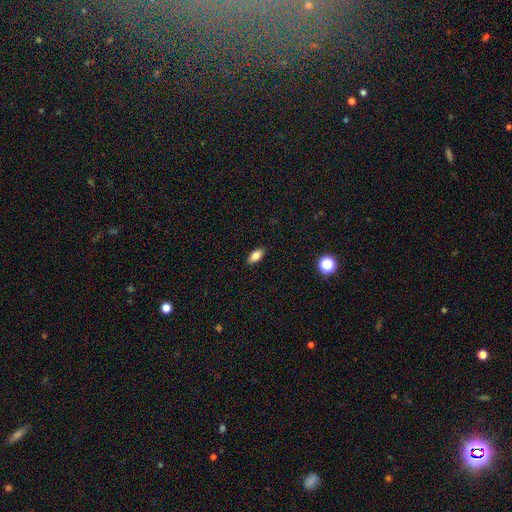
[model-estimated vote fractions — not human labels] A smooth galaxy with no disk features (82%) that is in between round and cigar-shaped (89%).

Vote fractions:
- Smooth or featured? smooth: 82% / star or artifact: 9% / featured or disk: 9%
- How rounded? in between: 89% / cigar-shaped: 6% / round: 5%
- Merging? none: 89% / minor disturbance: 8% / major disturbance: 2% / merger: 1%